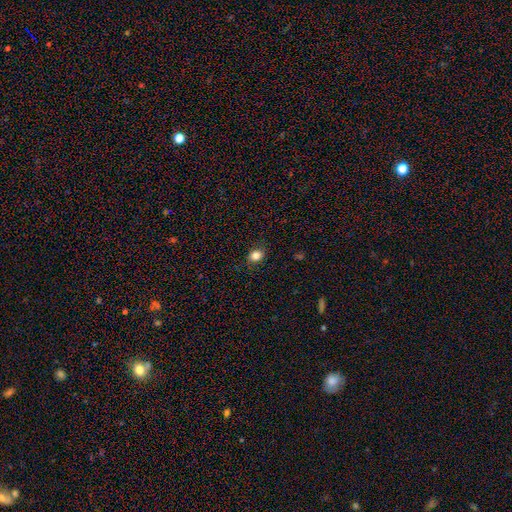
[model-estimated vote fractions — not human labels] Morphology: type=smooth (84%); roundness=in between (50%); merging=none (82%).